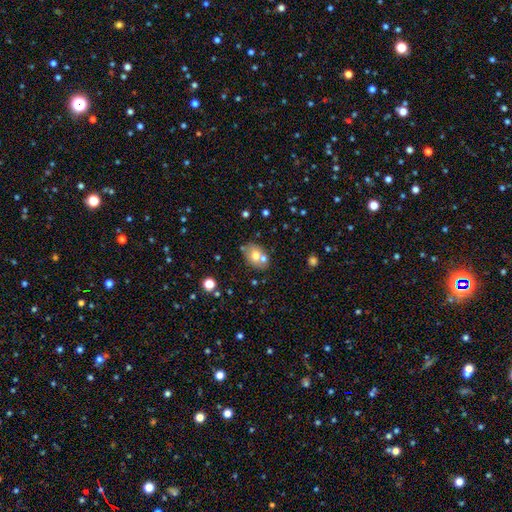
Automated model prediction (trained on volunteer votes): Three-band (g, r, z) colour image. It shows a smooth galaxy with no disk features (69%) that is in between round and cigar-shaped (64%). Merging: none (60%).